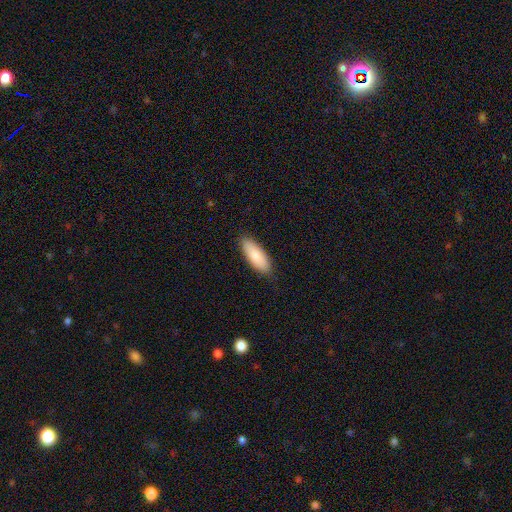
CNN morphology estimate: smooth-or-featured: smooth: 86% | featured or disk: 8% | star or artifact: 6%
  how-rounded: in between: 73% | cigar-shaped: 25% | round: 2%
  merging: none: 86% | minor disturbance: 11% | major disturbance: 2% | merger: 1%